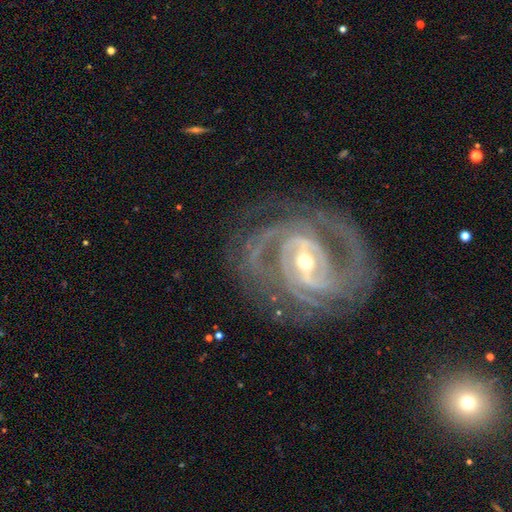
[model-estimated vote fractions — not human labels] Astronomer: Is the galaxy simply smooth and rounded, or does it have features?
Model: featured or disk — 92%.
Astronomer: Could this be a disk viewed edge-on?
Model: no — 97%.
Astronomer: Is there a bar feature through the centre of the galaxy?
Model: strong — 53% (runner-up: weak, 34%).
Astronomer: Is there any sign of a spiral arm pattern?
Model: yes — 98%.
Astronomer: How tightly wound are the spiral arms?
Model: tight — 62%.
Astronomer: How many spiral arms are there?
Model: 2 — 38% (runner-up: 3, 25%).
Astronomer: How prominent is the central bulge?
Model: moderate — 49% (runner-up: small, 46%).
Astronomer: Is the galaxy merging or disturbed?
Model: none — 74%.